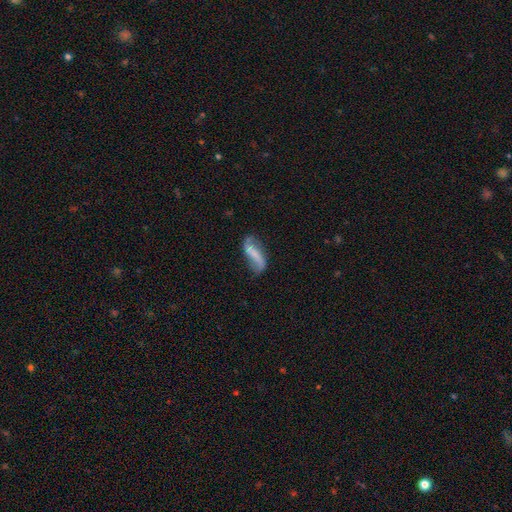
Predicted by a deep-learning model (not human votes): Smooth or featured: featured or disk — 55% (smooth — 37%)
Edge-on disk: no — 90% (yes — 10%)
Merging: none — 56% (minor disturbance — 27%)